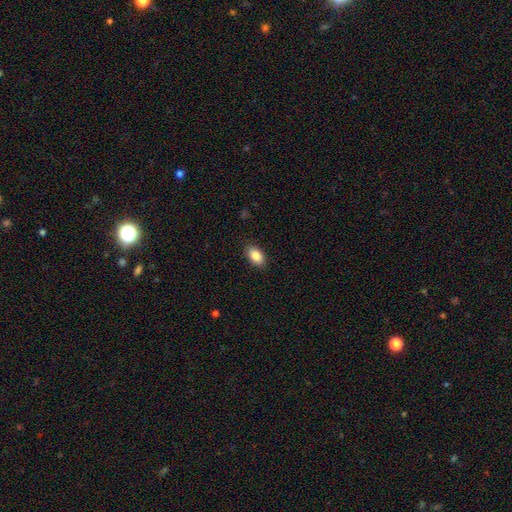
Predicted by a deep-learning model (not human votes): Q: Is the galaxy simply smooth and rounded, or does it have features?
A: smooth — 87%.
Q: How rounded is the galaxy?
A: in between — 92%.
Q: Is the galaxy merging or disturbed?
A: none — 88%.